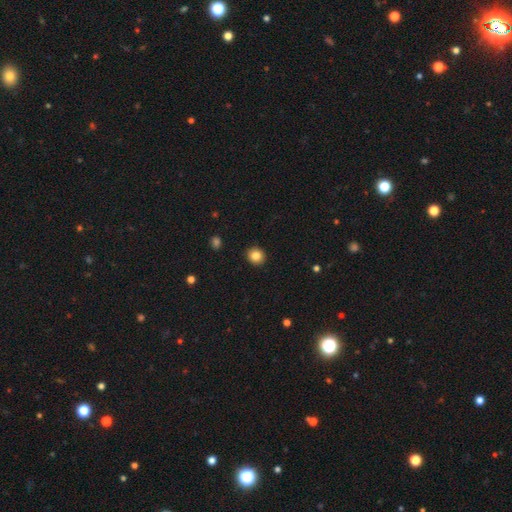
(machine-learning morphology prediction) Smooth or featured: smooth — 84% (star or artifact — 10%)
How rounded: round — 86% (in between — 13%)
Merging: none — 92% (minor disturbance — 5%)